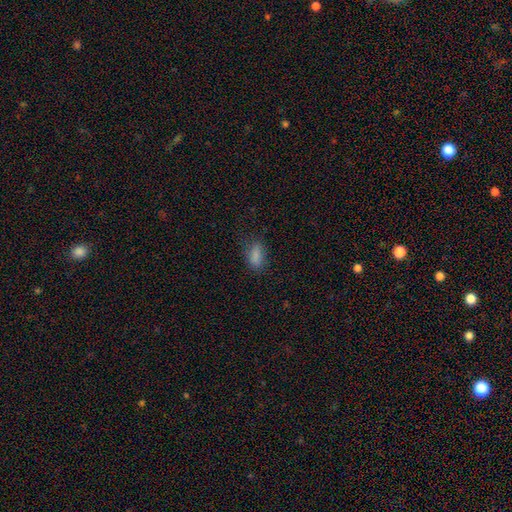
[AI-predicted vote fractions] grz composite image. It shows a smooth galaxy with no disk features (83%) that is in between round and cigar-shaped (85%). Merging: none (71%).